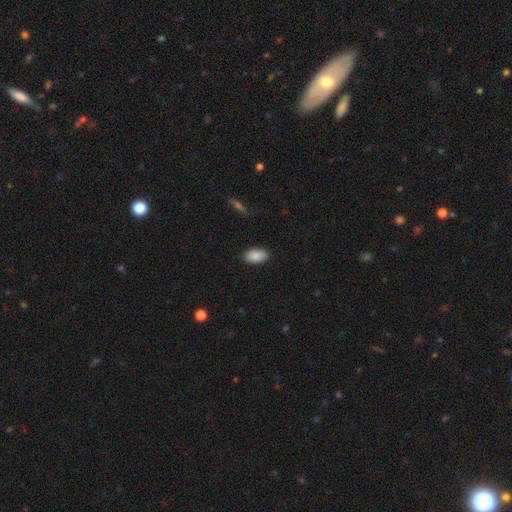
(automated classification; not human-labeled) Smooth or featured? smooth (89%)
How rounded? in between (93%)
Merging? none (87%)